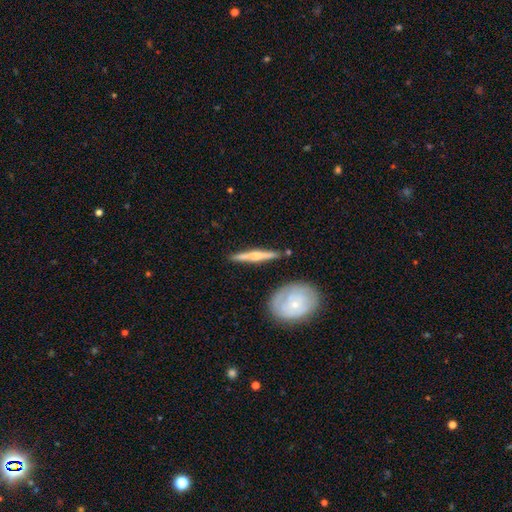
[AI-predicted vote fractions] This is likely a featured or disk galaxy (67%). It is clearly viewed edge-on (96%). Edge-on bulge: likely rounded (79%). Merging: clearly none (87%).